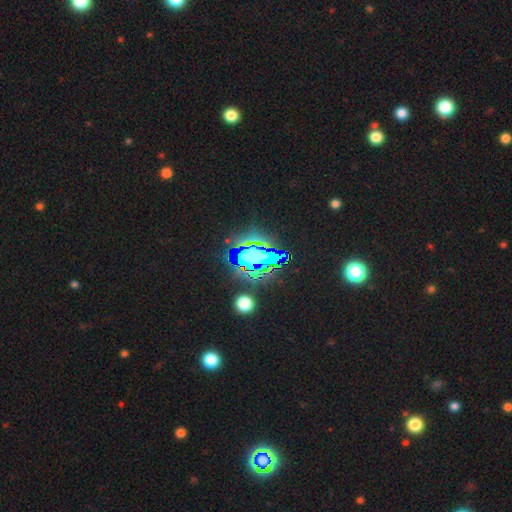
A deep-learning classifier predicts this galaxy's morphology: Smooth or featured? Predicted: star or artifact (p=0.58).